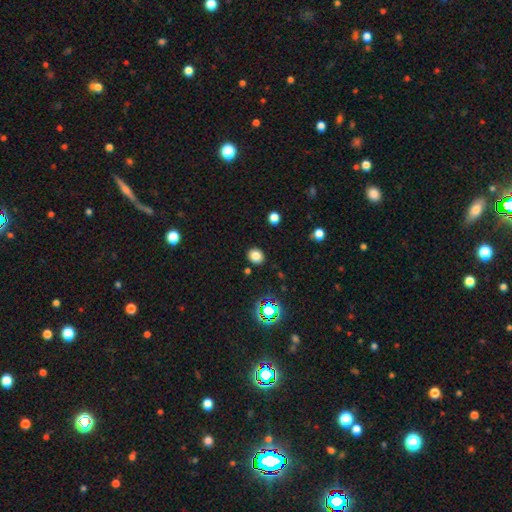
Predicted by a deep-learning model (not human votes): Morphology: type=smooth (79%); roundness=round (70%); merging=none (87%).